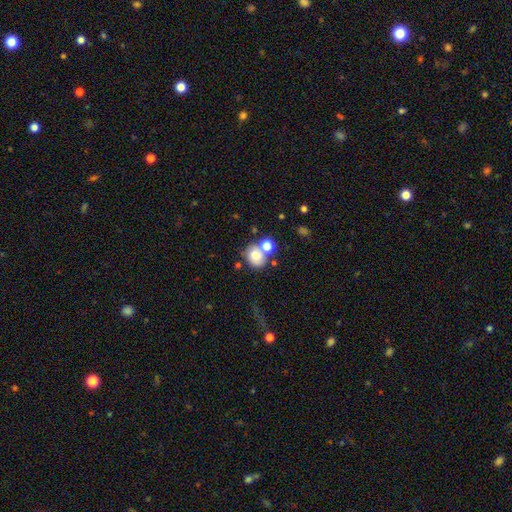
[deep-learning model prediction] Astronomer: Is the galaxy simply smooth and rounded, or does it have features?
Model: smooth — 71%.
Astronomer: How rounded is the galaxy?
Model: round — 69%.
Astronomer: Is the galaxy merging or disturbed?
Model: none — 42% (runner-up: merger, 40%).